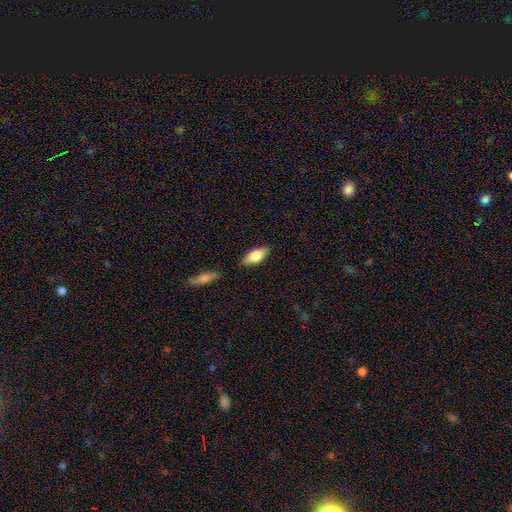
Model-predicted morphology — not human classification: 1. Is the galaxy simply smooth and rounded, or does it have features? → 72% smooth, 21% featured or disk, 6% star or artifact.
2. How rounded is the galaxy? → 79% in between, 18% cigar-shaped, 3% round.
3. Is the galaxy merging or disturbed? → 83% none, 11% minor disturbance, 3% merger, 2% major disturbance.